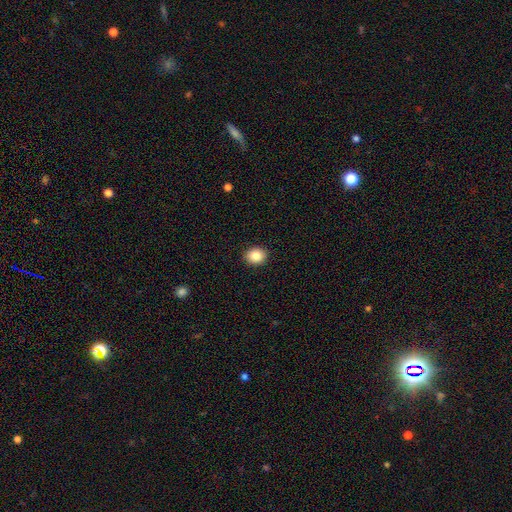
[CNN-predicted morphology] A smooth galaxy with no disk features (86%) that is round (59%). Merging: none (91%).